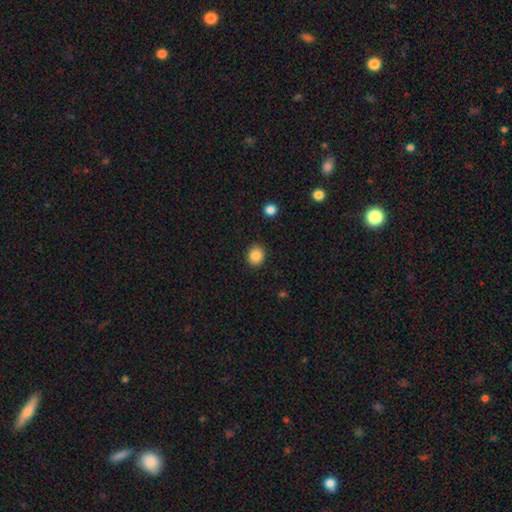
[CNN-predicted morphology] The model was most divided on "how rounded": round: 75%, in between: 24%, cigar-shaped: 1%. More confident: merging — none (89%); smooth or featured — smooth (87%).